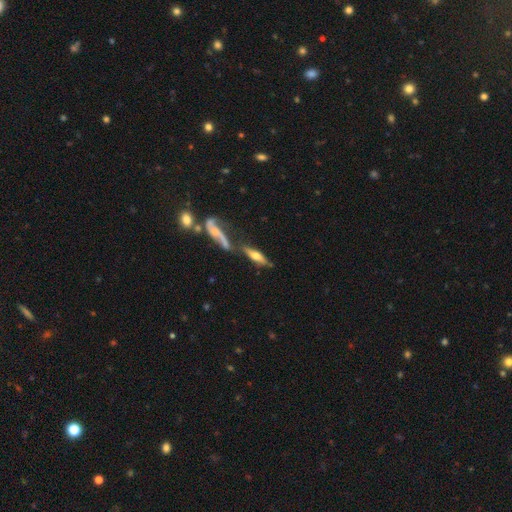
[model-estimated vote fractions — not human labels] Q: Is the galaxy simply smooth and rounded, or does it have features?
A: featured or disk — 53%.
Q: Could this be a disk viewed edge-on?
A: yes — 77%.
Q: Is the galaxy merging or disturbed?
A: none — 42%.